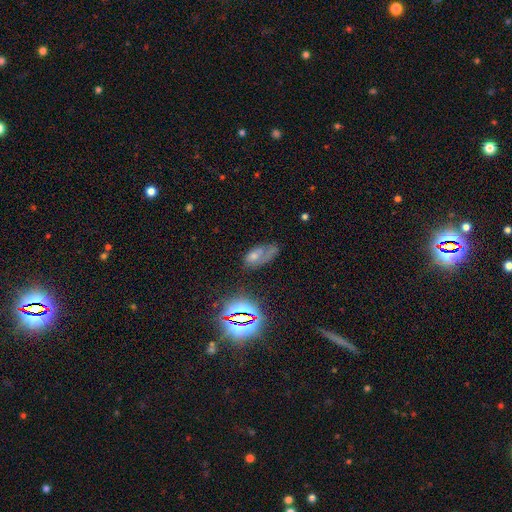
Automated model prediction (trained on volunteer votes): Overall: smooth (50%; featured or disk 30%). Merging: none (34%; major disturbance 29%).